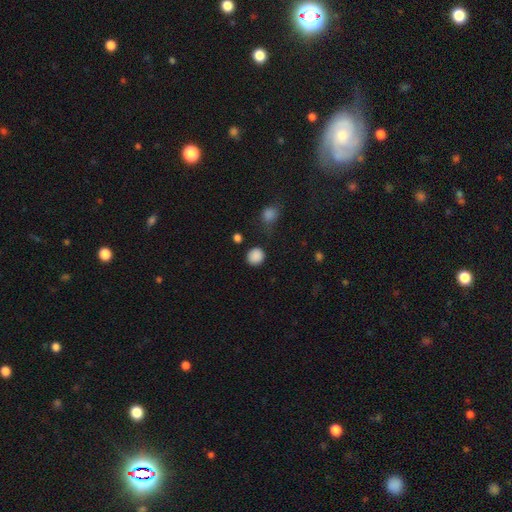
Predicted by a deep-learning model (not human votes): A smooth galaxy with no disk features (87%) that is round (90%). Merging: none (83%).